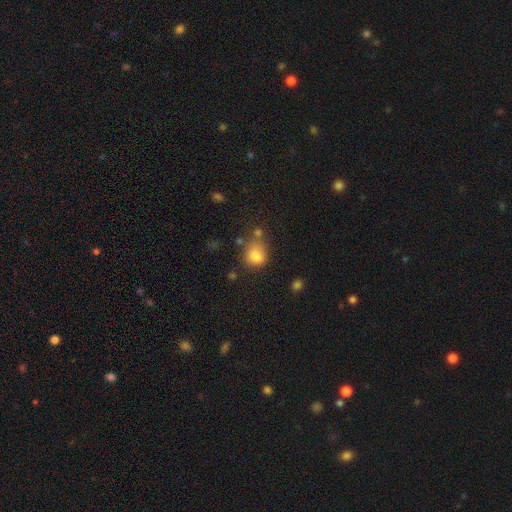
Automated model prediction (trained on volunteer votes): Smooth or featured: smooth — 82% (star or artifact — 11%)
How rounded: round — 65% (in between — 34%)
Merging: none — 49% (minor disturbance — 24%)